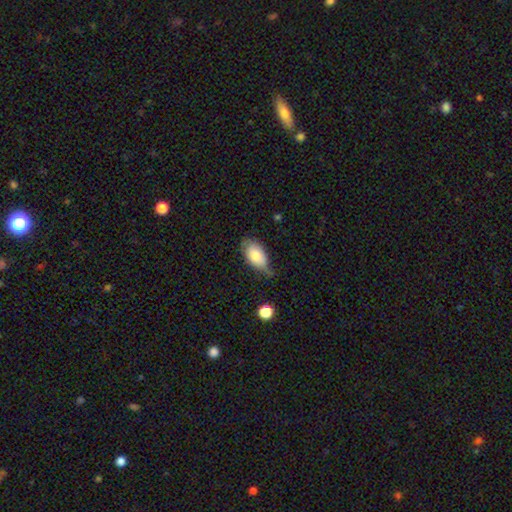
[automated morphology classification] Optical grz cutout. It shows a smooth galaxy with no disk features (77%) that is in between round and cigar-shaped (92%). Merging: minor disturbance (43%).